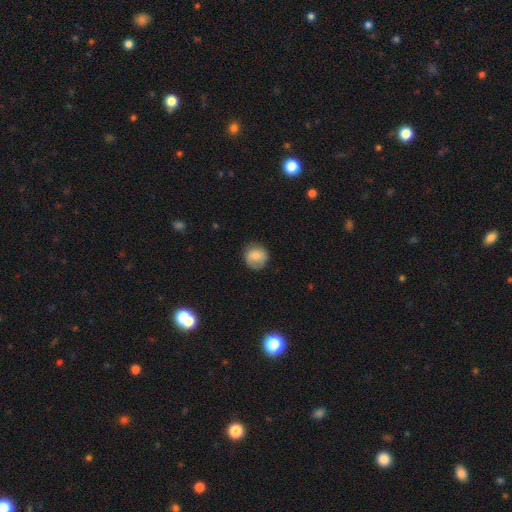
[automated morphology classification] Smooth or featured?
  - smooth: 79% *
  - featured or disk: 13%
  - star or artifact: 8%
How rounded?
  - round: 88% *
  - in between: 11%
  - cigar-shaped: 1%
Merging?
  - none: 80% *
  - minor disturbance: 15%
  - major disturbance: 4%
  - merger: 1%